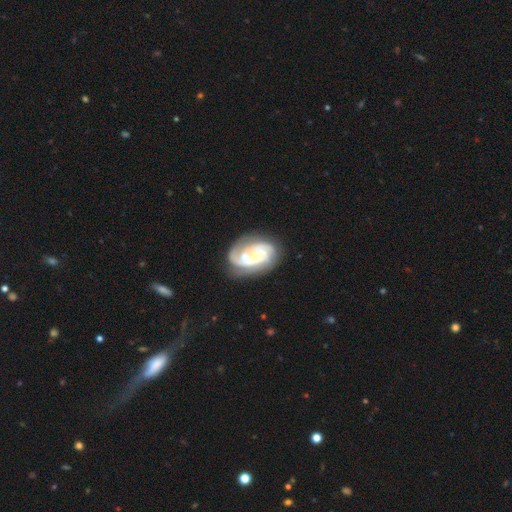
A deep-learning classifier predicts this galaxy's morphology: The model was most divided on "bulge size": small: 45%, moderate: 39%, none: 7%, large: 7%, dominant: 2%. Remaining: edge-on disk — no (98%); spiral arms — yes (94%); smooth or featured — featured or disk (82%); bar — no (64%); spiral winding — tight (59%); merging — none (57%); spiral arm count — 2 (39%).